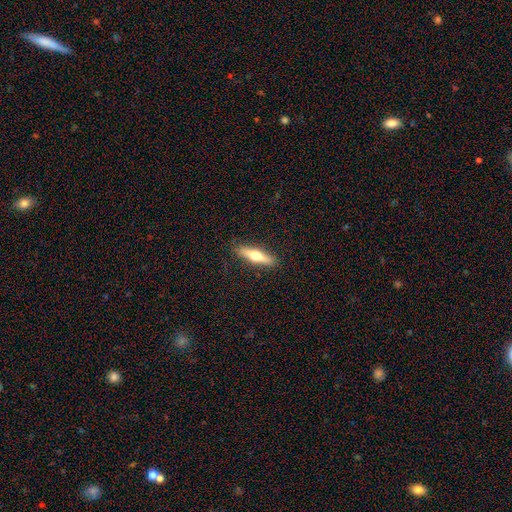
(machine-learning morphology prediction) type=featured or disk (50%); edge-on=yes (92%); merging=none (90%).